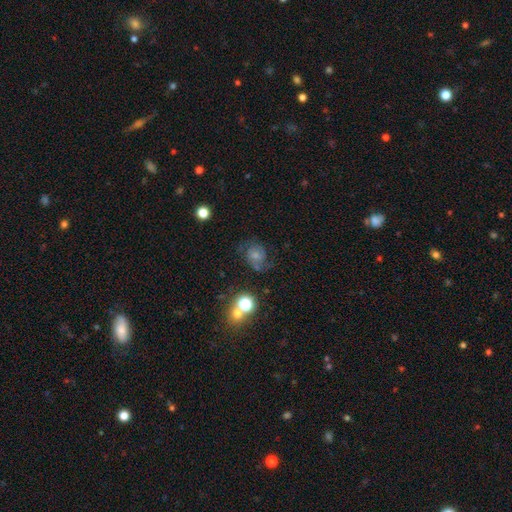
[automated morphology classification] Smooth or featured? Predicted: featured or disk (p=0.45). Merging? Predicted: none (p=0.54).